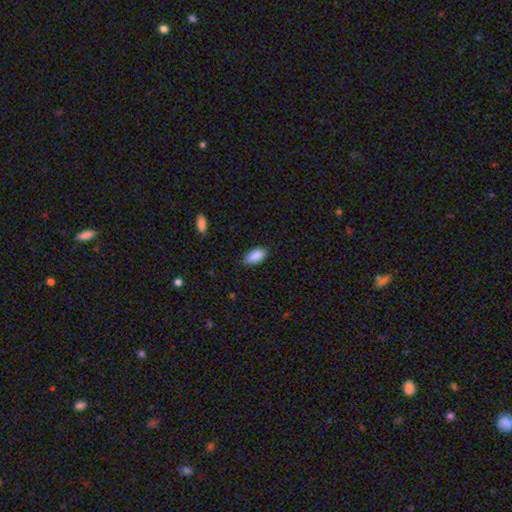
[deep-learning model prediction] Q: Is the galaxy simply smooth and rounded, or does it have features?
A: smooth — 89%.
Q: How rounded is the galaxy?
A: in between — 91%.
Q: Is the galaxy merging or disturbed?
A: none — 82%.